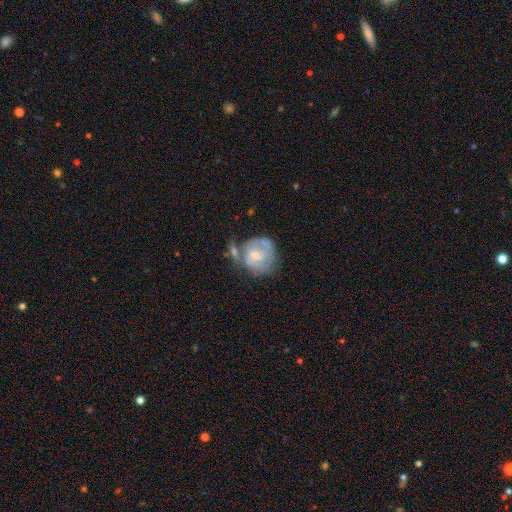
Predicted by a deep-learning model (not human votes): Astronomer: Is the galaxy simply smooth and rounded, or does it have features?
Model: featured or disk — 58% (runner-up: smooth, 36%).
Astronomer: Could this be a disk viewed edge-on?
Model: no — 97%.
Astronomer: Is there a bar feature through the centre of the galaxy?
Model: no — 58% (runner-up: weak, 35%).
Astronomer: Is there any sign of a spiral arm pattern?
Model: yes — 63%.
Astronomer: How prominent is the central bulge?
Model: small — 55% (runner-up: moderate, 37%).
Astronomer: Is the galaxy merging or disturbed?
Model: none — 35% (runner-up: merger, 26%).